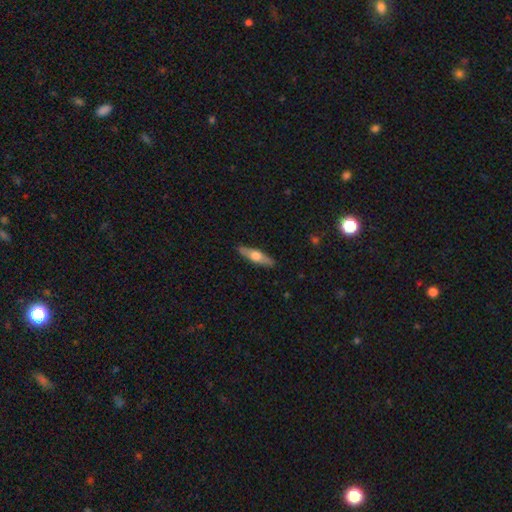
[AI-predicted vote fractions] The model was most divided on "smooth or featured": featured or disk: 48%, smooth: 47%, star or artifact: 5%. More confident: merging — none (89%).